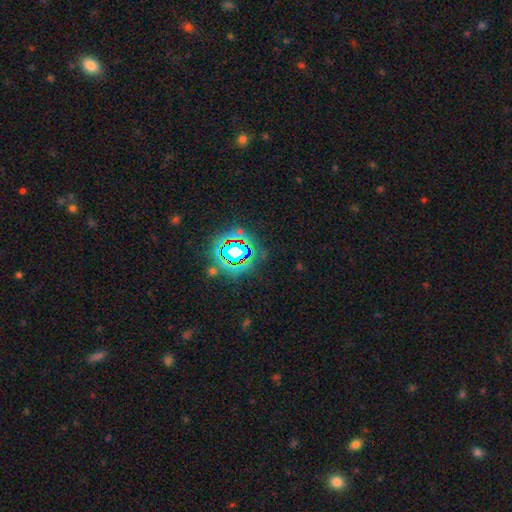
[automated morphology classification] This is likely a star or artifact rather than a galaxy (75%).